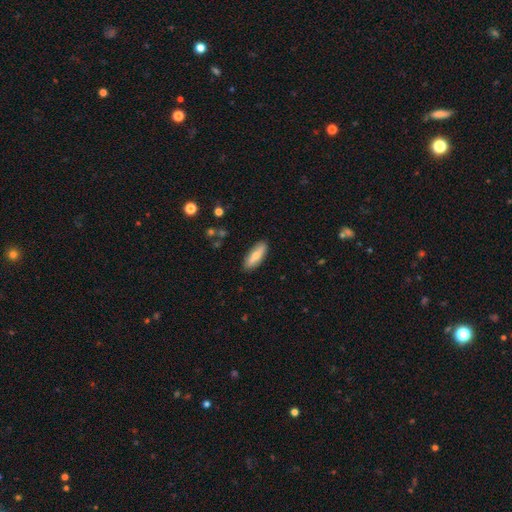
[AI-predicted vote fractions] Q: Smooth or featured?
A: smooth (64%); runner-up: featured or disk (31%)
Q: How rounded?
A: in between (56%); runner-up: cigar-shaped (41%)
Q: Merging?
A: none (87%); runner-up: minor disturbance (10%)